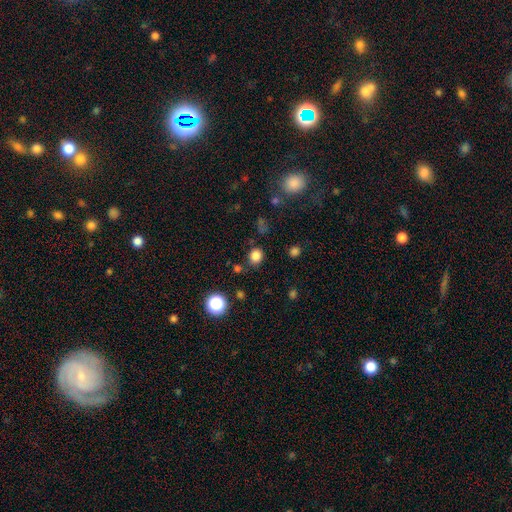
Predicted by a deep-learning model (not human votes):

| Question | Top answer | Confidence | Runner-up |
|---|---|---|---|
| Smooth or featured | smooth | 81% | star or artifact (15%) |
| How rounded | round | 76% | in between (23%) |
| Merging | none | 83% | minor disturbance (10%) |